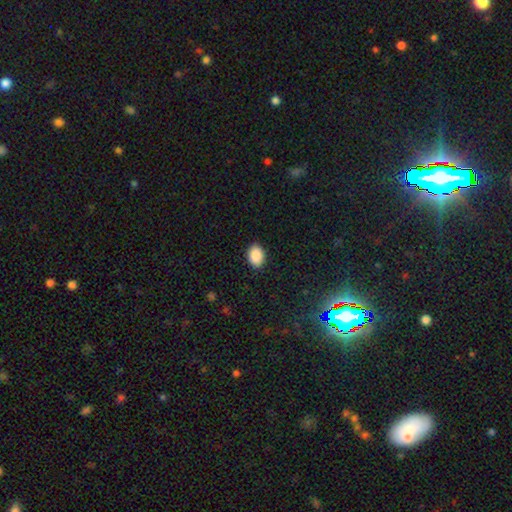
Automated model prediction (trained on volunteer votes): Q: Smooth or featured?
A: smooth (90%); runner-up: star or artifact (7%)
Q: How rounded?
A: in between (82%); runner-up: round (17%)
Q: Merging?
A: none (89%); runner-up: minor disturbance (8%)